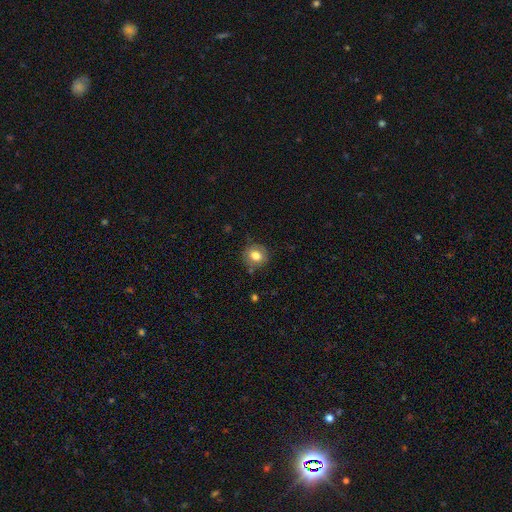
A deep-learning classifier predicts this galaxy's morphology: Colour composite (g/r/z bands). It shows a smooth galaxy with no disk features (77%) that is round (76%). Merging: none (79%).